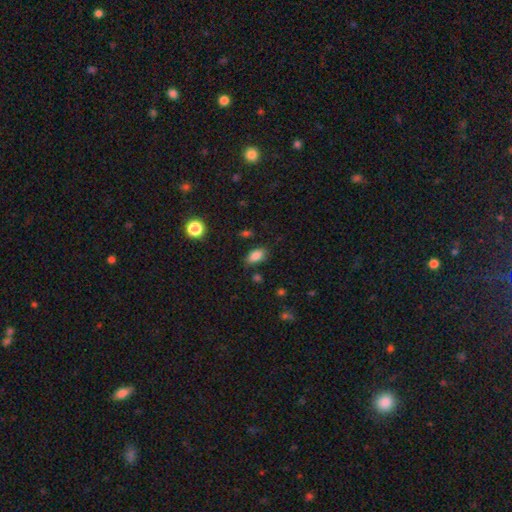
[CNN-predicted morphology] The model was most divided on "merging": none: 81%, minor disturbance: 13%, major disturbance: 3%, merger: 3%. More confident: how rounded — in between (89%); smooth or featured — smooth (84%).